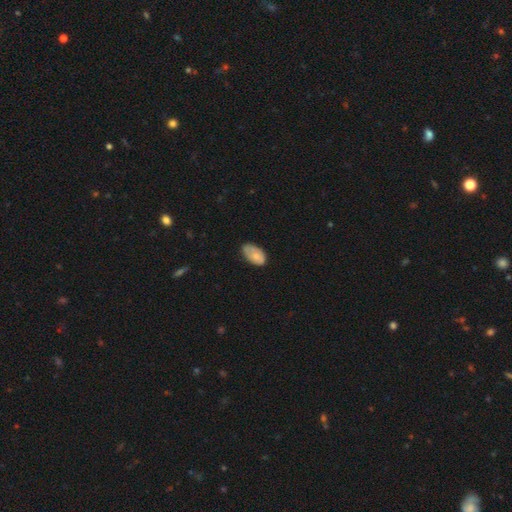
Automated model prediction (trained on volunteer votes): Smooth or featured: smooth — 74% (featured or disk — 20%)
How rounded: in between — 94% (round — 5%)
Merging: none — 54% (minor disturbance — 37%)